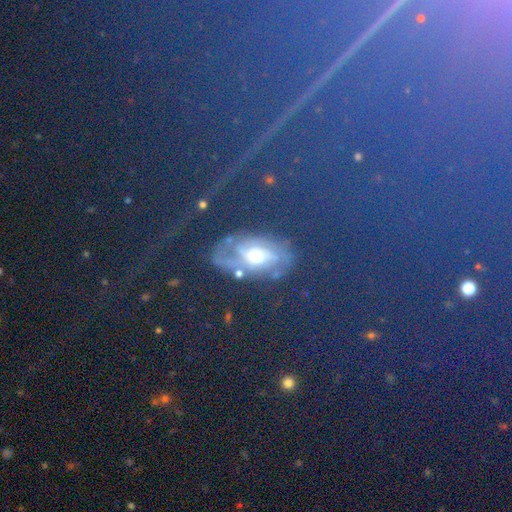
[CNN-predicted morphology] Overall: star or artifact (38%; smooth 35%).